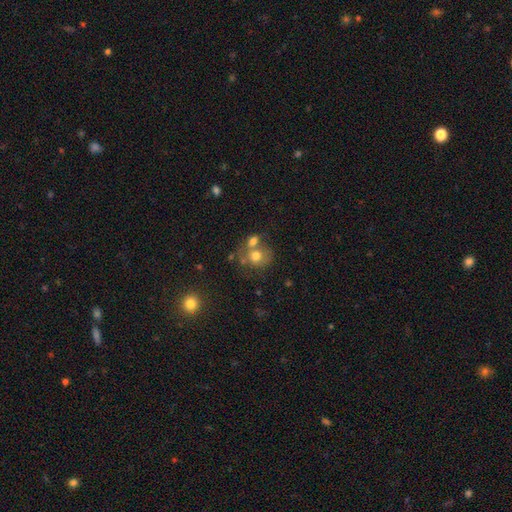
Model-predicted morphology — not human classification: smooth 66%, featured or disk 23%, star or artifact 11%. Down the decision tree: how rounded — round (70%); merging — merger (47%).